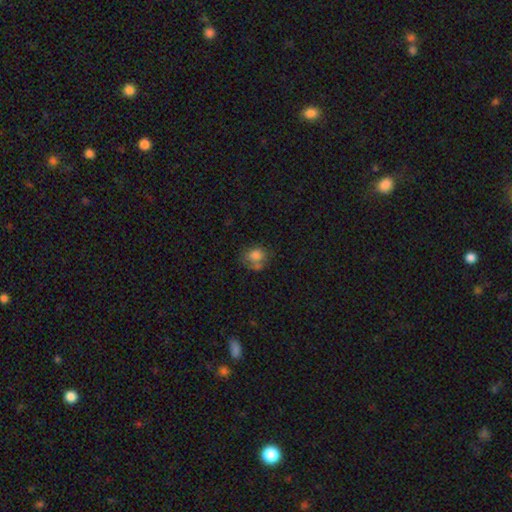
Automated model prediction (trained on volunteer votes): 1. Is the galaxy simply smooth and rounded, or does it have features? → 75% smooth, 15% featured or disk, 11% star or artifact.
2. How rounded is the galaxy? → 55% round, 44% in between, 1% cigar-shaped.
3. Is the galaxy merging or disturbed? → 44% none, 23% merger, 22% minor disturbance, 11% major disturbance.